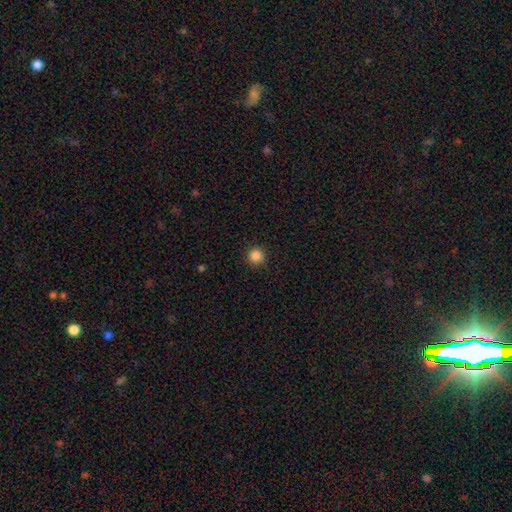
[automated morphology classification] This is clearly a smooth galaxy (85%). How rounded: clearly round (95%). Merging: clearly none (91%).